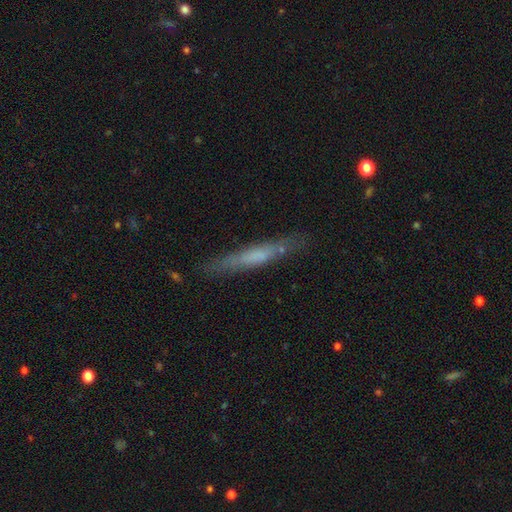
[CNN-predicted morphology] smooth_or_featured: smooth (p=0.52) [alt: featured or disk p=0.41]
how_rounded: cigar-shaped (p=0.92) [alt: in between p=0.06]
merging: none (p=0.78) [alt: minor disturbance p=0.15]